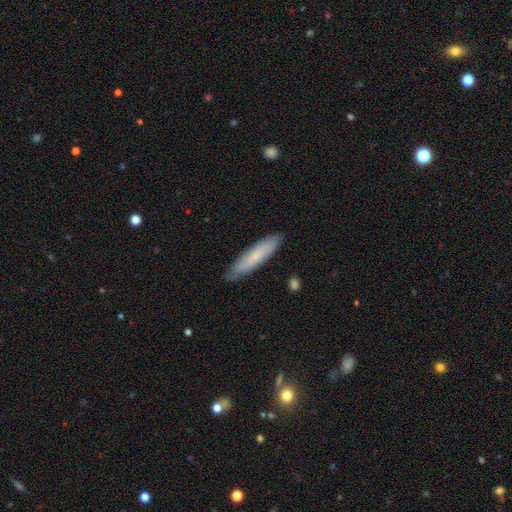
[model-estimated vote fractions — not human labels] A smooth galaxy with no disk features (69%) that is cigar-shaped (82%).

Vote fractions:
- Smooth or featured? smooth: 69% / featured or disk: 25% / star or artifact: 6%
- How rounded? cigar-shaped: 82% / in between: 17% / round: 1%
- Merging? none: 87% / minor disturbance: 10% / major disturbance: 2% / merger: 1%